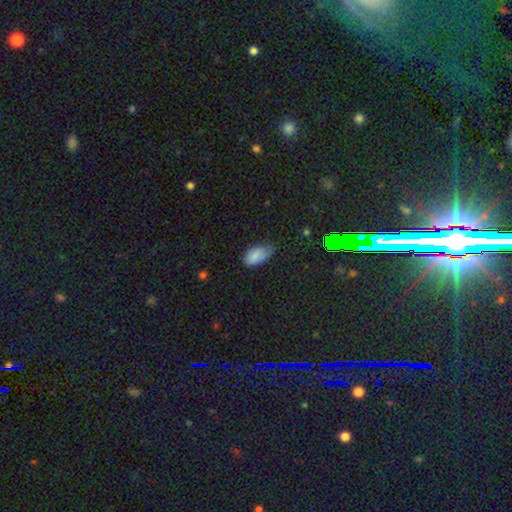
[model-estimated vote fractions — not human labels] Morphology: type=smooth (84%); roundness=in between (94%); merging=none (49%).